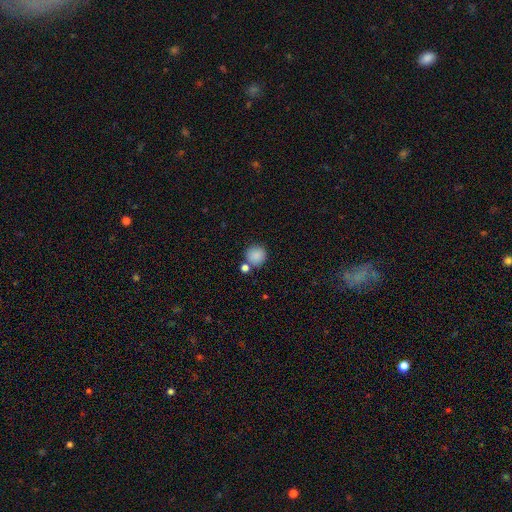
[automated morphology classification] This appears to be a smooth galaxy with no disk features (87%) that is round (92%). Merging: none (72%).